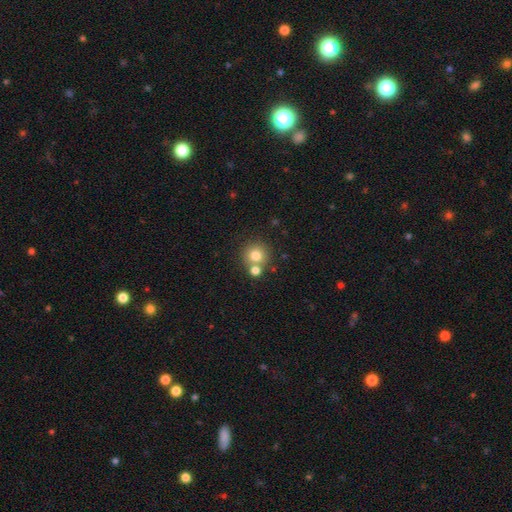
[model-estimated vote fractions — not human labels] smooth 78%, star or artifact 12%, featured or disk 11%. Down the decision tree: how rounded — round (92%); merging — none (61%).